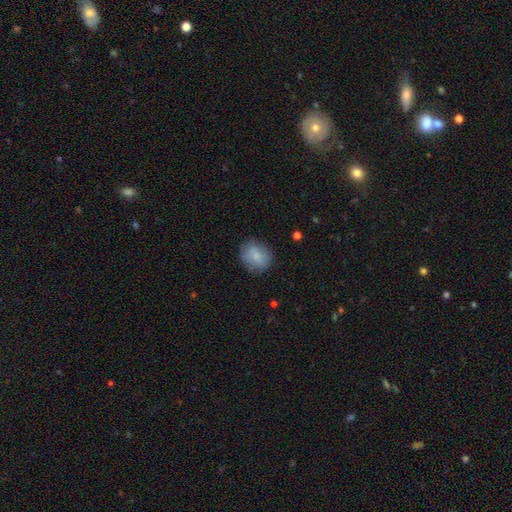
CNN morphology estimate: smooth-or-featured: smooth: 82% | featured or disk: 11% | star or artifact: 7%
  how-rounded: round: 69% | in between: 30% | cigar-shaped: 1%
  merging: none: 80% | minor disturbance: 14% | major disturbance: 4% | merger: 1%